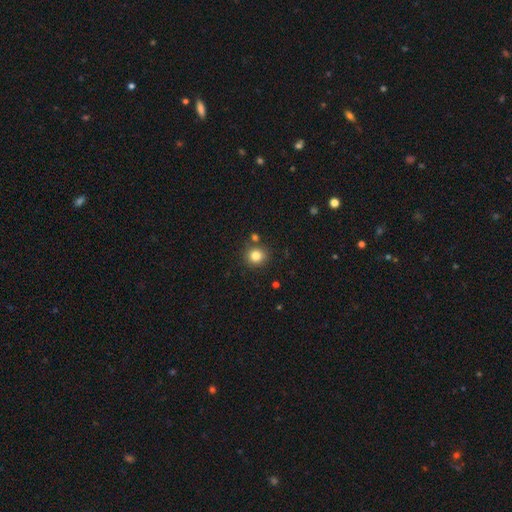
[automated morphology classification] type=smooth (82%); roundness=round (88%); merging=none (82%).